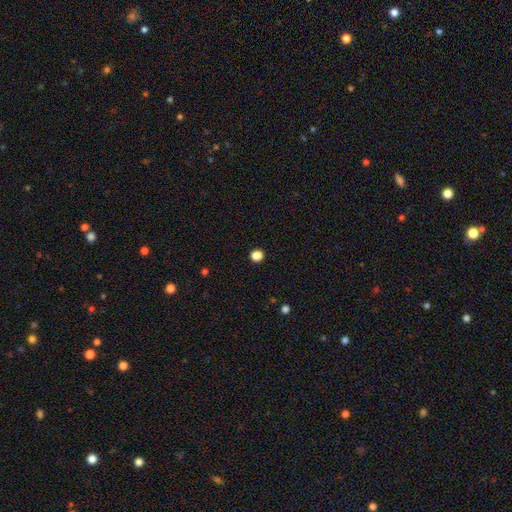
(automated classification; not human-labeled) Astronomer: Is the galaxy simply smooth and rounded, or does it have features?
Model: smooth — 83%.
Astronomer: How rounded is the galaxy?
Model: round — 83%.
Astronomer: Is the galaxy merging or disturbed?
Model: none — 92%.